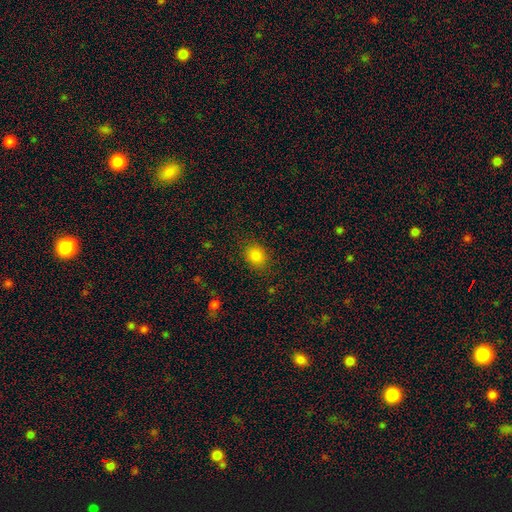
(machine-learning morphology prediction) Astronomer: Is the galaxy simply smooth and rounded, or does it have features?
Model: smooth — 85%.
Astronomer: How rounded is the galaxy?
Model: round — 50% (runner-up: in between, 49%).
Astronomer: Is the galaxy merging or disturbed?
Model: none — 83%.